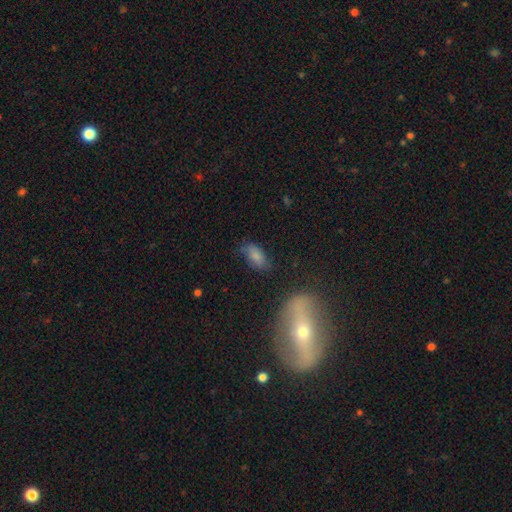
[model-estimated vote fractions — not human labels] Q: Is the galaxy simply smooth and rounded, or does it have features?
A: smooth — 79%.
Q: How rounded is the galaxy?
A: in between — 91%.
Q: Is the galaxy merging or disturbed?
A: none — 67%.